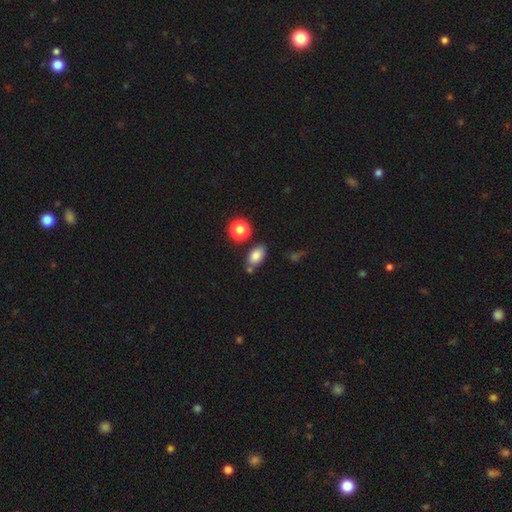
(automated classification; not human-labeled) smooth_or_featured: smooth (p=0.82) [alt: star or artifact p=0.11]
how_rounded: in between (p=0.86) [alt: round p=0.11]
merging: none (p=0.68) [alt: minor disturbance p=0.15]